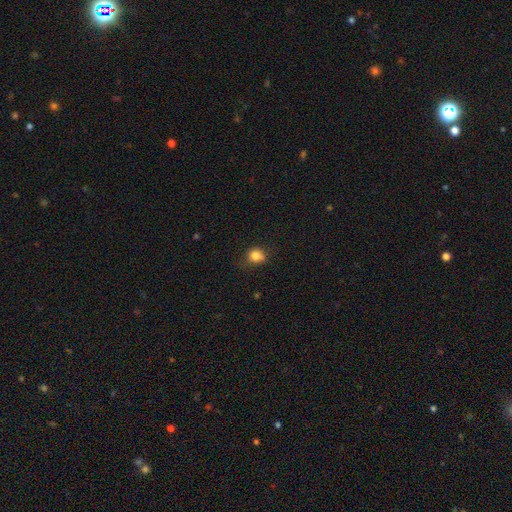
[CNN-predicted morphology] The model was most divided on "merging": none: 65%, minor disturbance: 26%, major disturbance: 6%, merger: 3%. More confident: smooth or featured — smooth (83%); how rounded — round (70%).